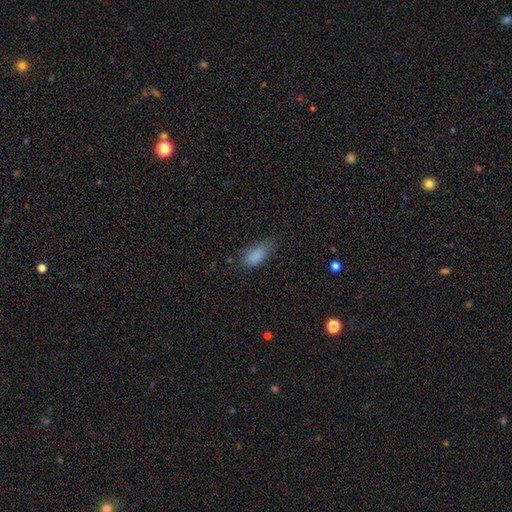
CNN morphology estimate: smooth 86%, star or artifact 8%, featured or disk 6%. Down the decision tree: how rounded — in between (89%); merging — none (55%).